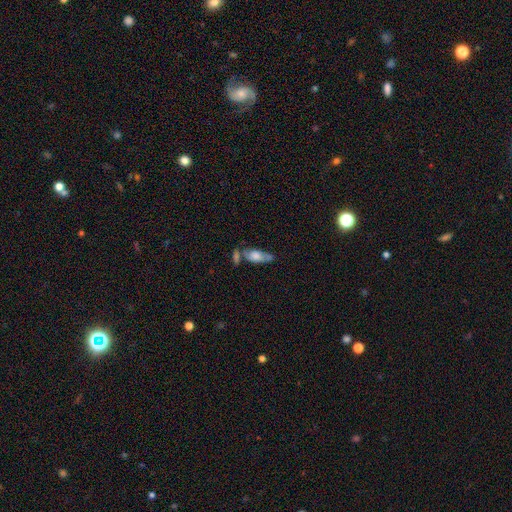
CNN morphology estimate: Q: Smooth or featured?
A: smooth (60%); runner-up: featured or disk (32%)
Q: How rounded?
A: in between (74%); runner-up: cigar-shaped (22%)
Q: Merging?
A: none (42%); runner-up: merger (26%)